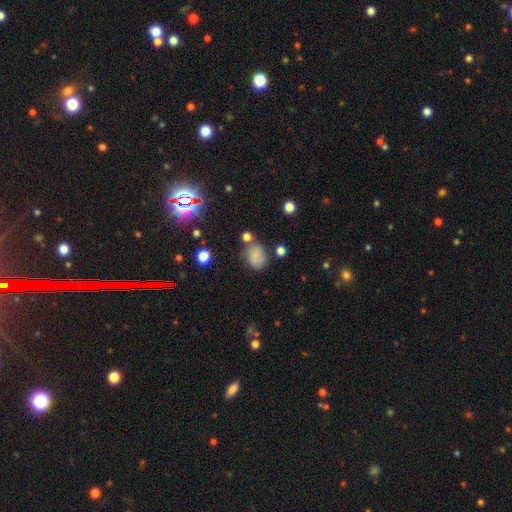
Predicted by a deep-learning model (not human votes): A smooth galaxy with no disk features (74%) that is in between round and cigar-shaped (53%).

Vote fractions:
- Smooth or featured? smooth: 74% / star or artifact: 15% / featured or disk: 11%
- How rounded? in between: 53% / round: 46% / cigar-shaped: 1%
- Merging? none: 59% / minor disturbance: 22% / merger: 10% / major disturbance: 8%